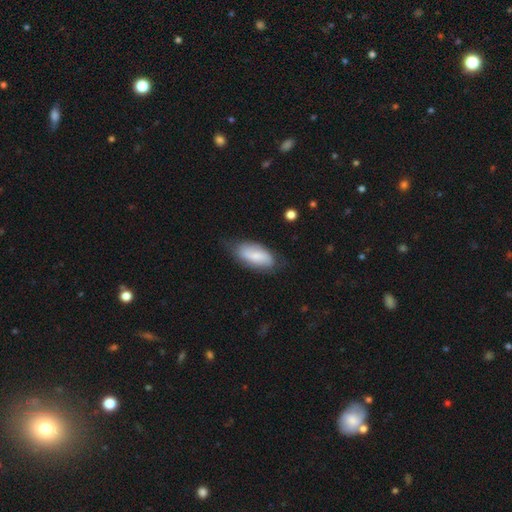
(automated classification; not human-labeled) Smooth or featured: smooth — 65% (featured or disk — 29%)
How rounded: in between — 90% (cigar-shaped — 8%)
Merging: none — 64% (minor disturbance — 27%)